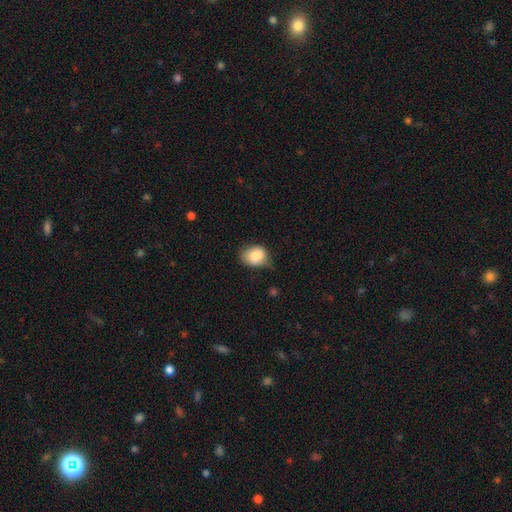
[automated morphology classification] A smooth galaxy with no disk features (86%) that is round (51%).

Vote fractions:
- Smooth or featured? smooth: 86% / star or artifact: 8% / featured or disk: 6%
- How rounded? round: 51% / in between: 48% / cigar-shaped: 1%
- Merging? none: 54% / minor disturbance: 36% / major disturbance: 8% / merger: 2%